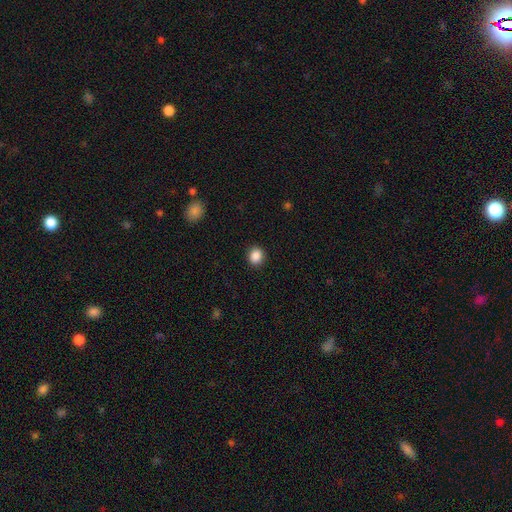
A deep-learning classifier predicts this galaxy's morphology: This is clearly a smooth galaxy (88%). How rounded: likely round (78%). Merging: clearly none (91%).